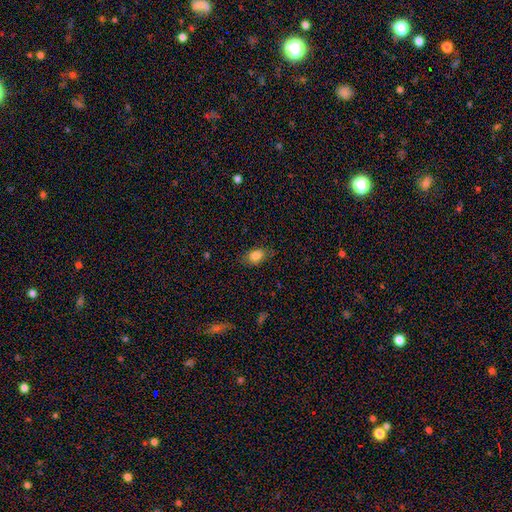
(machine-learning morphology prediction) smooth-or-featured: smooth: 83% | star or artifact: 9% | featured or disk: 8%
  how-rounded: in between: 80% | round: 18% | cigar-shaped: 2%
  merging: none: 80% | minor disturbance: 15% | major disturbance: 3% | merger: 1%